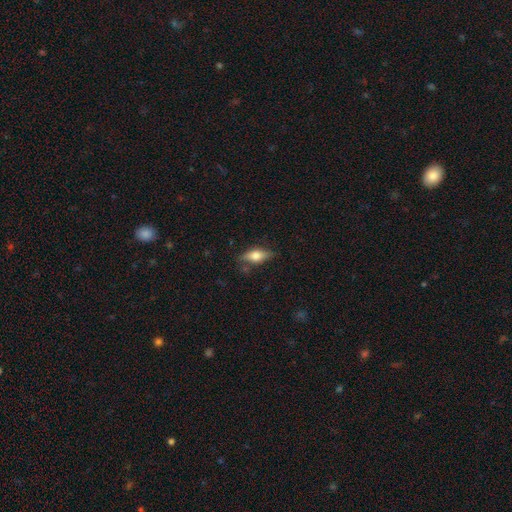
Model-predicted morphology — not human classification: Smooth or featured? Predicted: smooth (p=0.64). How rounded? Predicted: in between (p=0.75). Merging? Predicted: none (p=0.73).